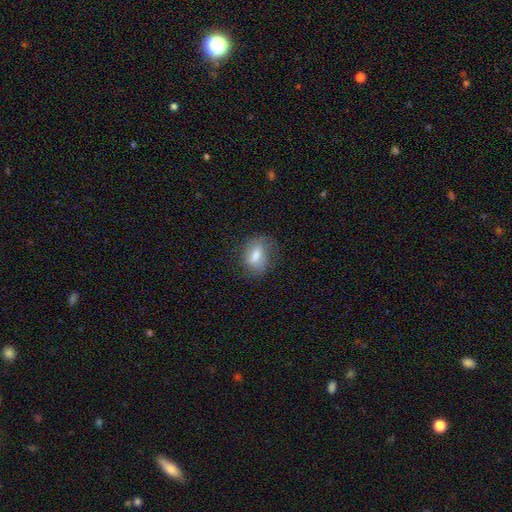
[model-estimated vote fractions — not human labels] This is likely a smooth galaxy (66%). How rounded: likely in between (66%). Merging: likely none (65%).